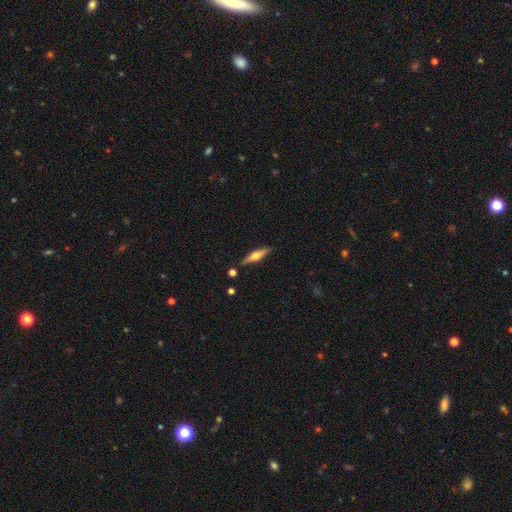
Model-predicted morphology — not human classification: Smooth or featured: featured or disk — 63% (smooth — 31%)
Edge-on disk: yes — 96% (no — 4%)
Edge-on bulge: rounded — 93% (boxy — 5%)
Merging: none — 86% (minor disturbance — 9%)